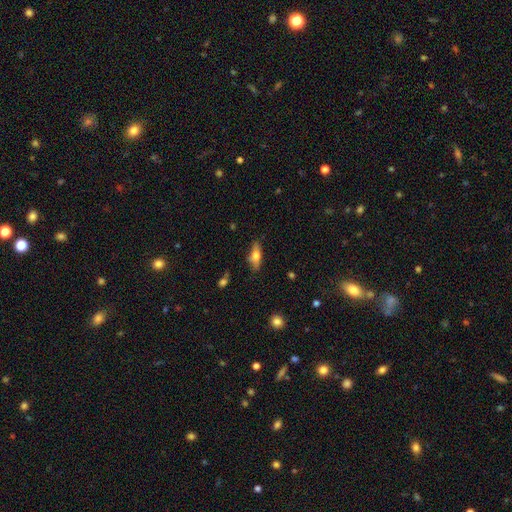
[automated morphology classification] Overall: smooth (57%; featured or disk 36%). How rounded: in between (61%; cigar-shaped 35%). Merging: none (79%).